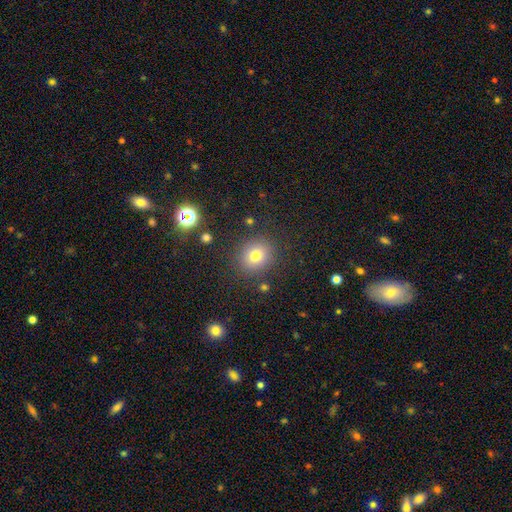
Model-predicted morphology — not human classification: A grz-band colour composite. It shows a smooth galaxy with no disk features (76%) that is round (79%). Merging: none (86%).